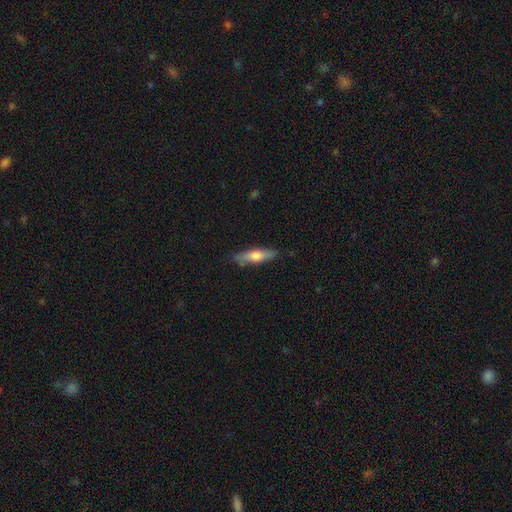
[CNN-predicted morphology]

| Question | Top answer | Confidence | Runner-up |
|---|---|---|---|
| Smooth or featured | smooth | 57% | featured or disk (37%) |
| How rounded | cigar-shaped | 64% | in between (33%) |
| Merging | none | 81% | minor disturbance (14%) |